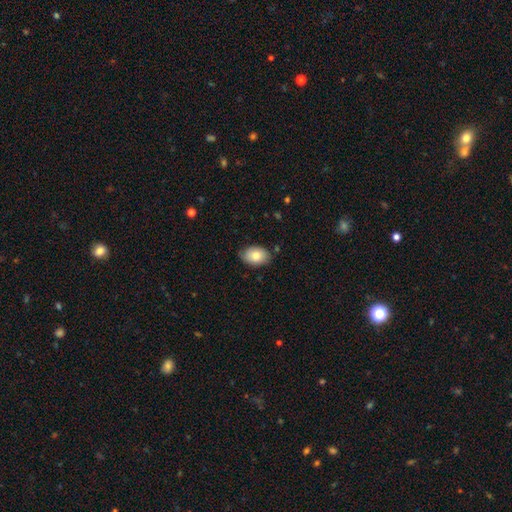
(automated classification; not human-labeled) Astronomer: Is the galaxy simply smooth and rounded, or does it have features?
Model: smooth — 81%.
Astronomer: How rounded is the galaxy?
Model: in between — 86%.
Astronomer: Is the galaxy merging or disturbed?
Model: none — 78%.